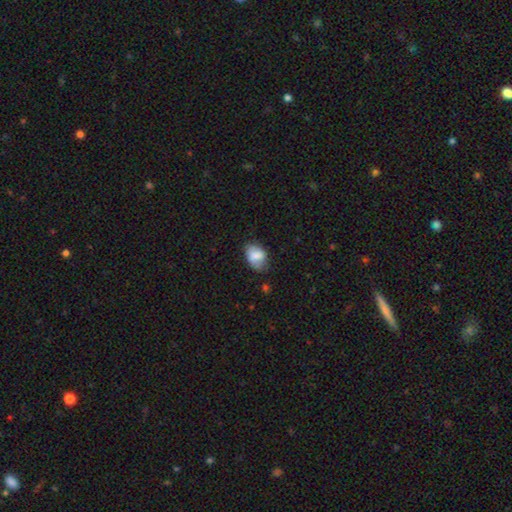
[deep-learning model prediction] This appears to be a smooth galaxy with no disk features (70%) that is in between round and cigar-shaped (80%). Merging: none (60%).